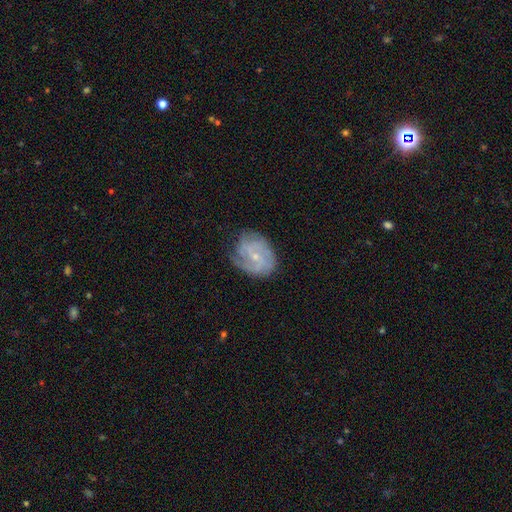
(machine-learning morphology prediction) type=featured or disk (79%); edge-on=no (98%); bar=weak (46%); spiral arms=yes (94%); winding=tight (46%); arm count=2 (35%); bulge=small (73%); merging=none (66%).